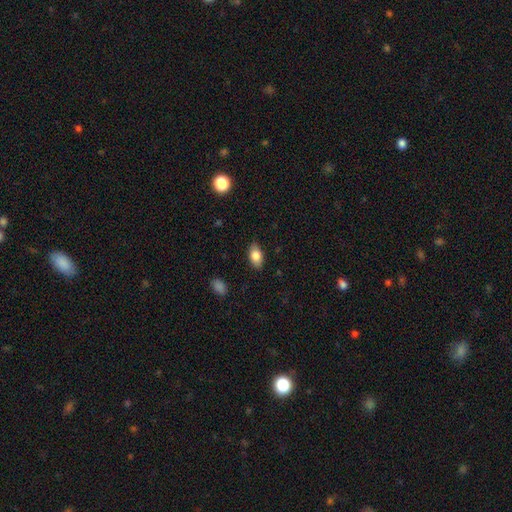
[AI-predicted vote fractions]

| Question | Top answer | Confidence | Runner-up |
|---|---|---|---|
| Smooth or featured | smooth | 82% | featured or disk (10%) |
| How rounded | in between | 91% | round (6%) |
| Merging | none | 85% | minor disturbance (12%) |